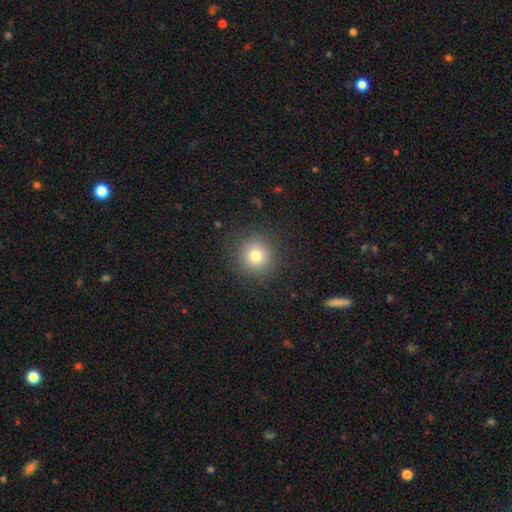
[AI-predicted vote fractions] The model was most divided on "smooth or featured": smooth: 77%, star or artifact: 14%, featured or disk: 10%. More confident: how rounded — round (94%); merging — none (88%).